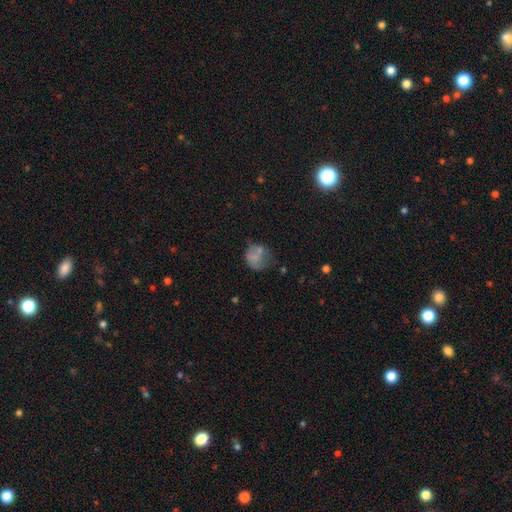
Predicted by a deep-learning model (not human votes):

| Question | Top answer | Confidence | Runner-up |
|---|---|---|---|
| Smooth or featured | smooth | 65% | featured or disk (23%) |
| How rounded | round | 70% | in between (29%) |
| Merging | none | 41% | minor disturbance (28%) |